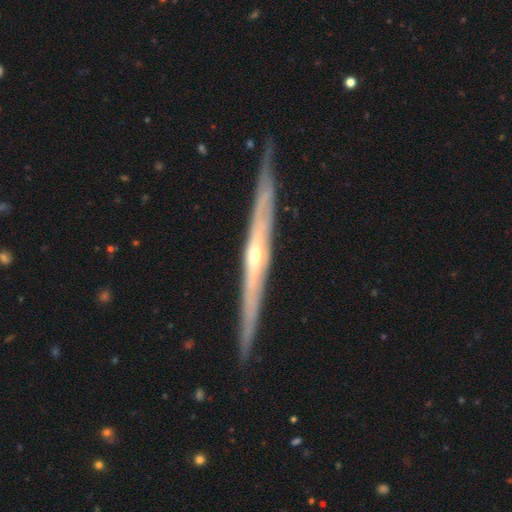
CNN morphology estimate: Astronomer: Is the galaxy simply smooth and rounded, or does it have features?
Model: featured or disk — 84%.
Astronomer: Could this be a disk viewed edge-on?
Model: yes — 97%.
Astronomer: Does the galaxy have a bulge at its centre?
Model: rounded — 64%.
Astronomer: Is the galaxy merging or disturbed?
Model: none — 89%.